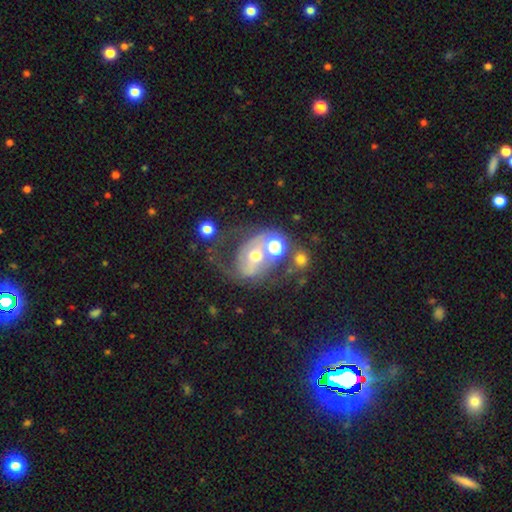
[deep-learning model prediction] Morphology: type=featured or disk (64%); edge-on=no (96%); bar=no (42%); spiral arms=yes (60%); bulge=moderate (68%); merging=none (35%).